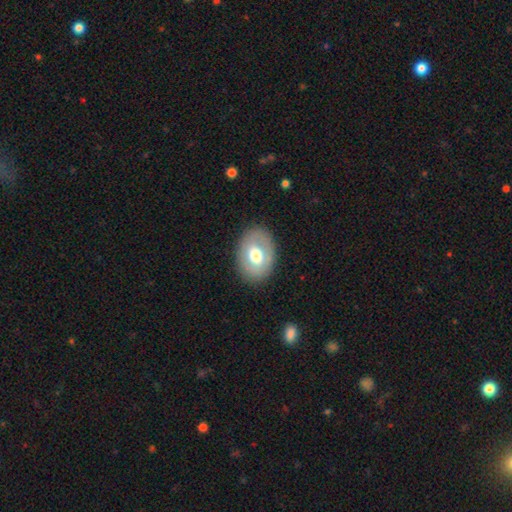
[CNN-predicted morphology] Smooth or featured? Predicted: smooth (p=0.62). How rounded? Predicted: in between (p=0.76). Merging? Predicted: none (p=0.84).